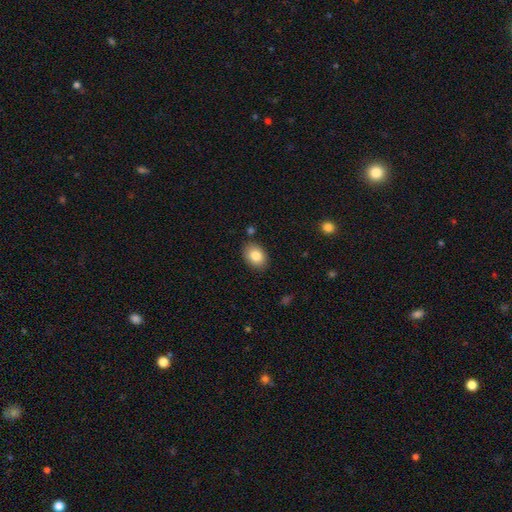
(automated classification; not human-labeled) Overall: smooth (84%). How rounded: in between (77%). Merging: none (85%).